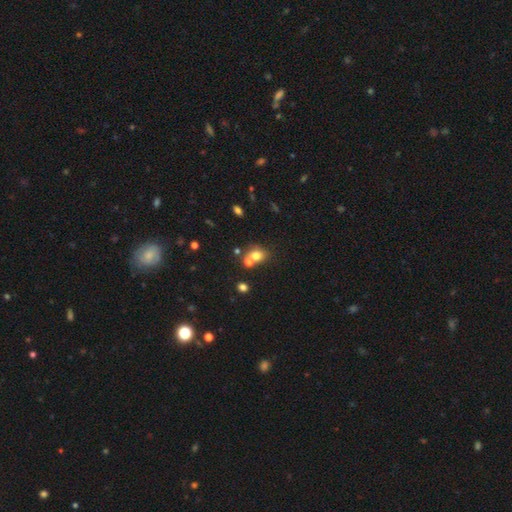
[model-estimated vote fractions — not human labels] Smooth or featured? smooth (71%)
How rounded? round (60%)
Merging? none (47%)